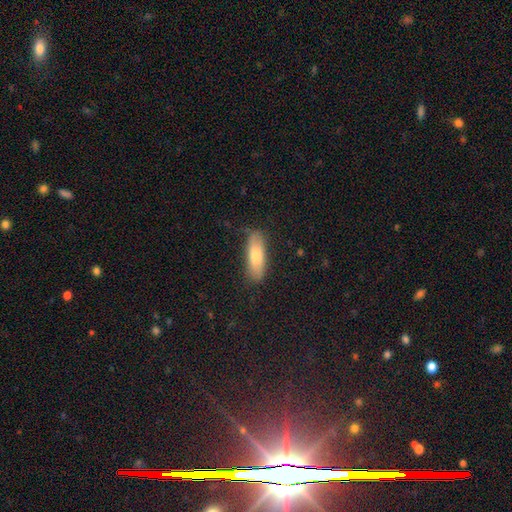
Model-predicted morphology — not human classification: smooth_or_featured: smooth (p=0.78) [alt: featured or disk p=0.16]
how_rounded: in between (p=0.56) [alt: cigar-shaped p=0.42]
merging: none (p=0.78) [alt: minor disturbance p=0.16]